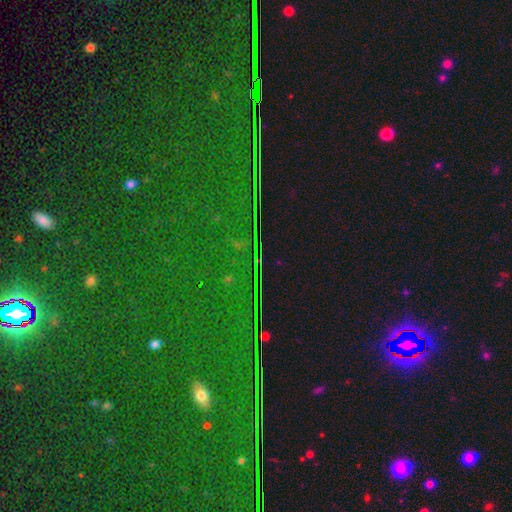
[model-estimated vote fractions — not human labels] A star or artifact, not a galaxy (87%).

Vote fractions:
- Smooth or featured? star or artifact: 87% / smooth: 7% / featured or disk: 6%